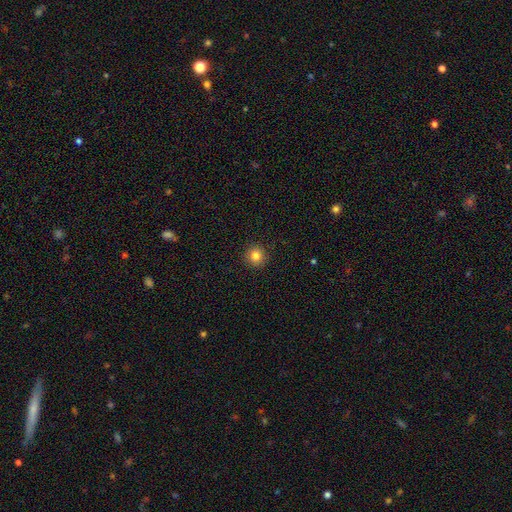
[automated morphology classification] Smooth or featured: smooth — 82% (star or artifact — 11%)
How rounded: round — 94% (in between — 5%)
Merging: none — 93% (minor disturbance — 5%)